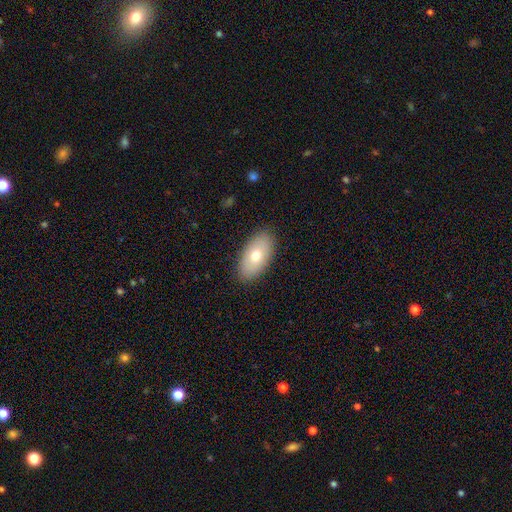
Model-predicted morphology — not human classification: The model was most divided on "smooth or featured": smooth: 68%, featured or disk: 25%, star or artifact: 7%. More confident: how rounded — in between (93%); merging — none (88%).